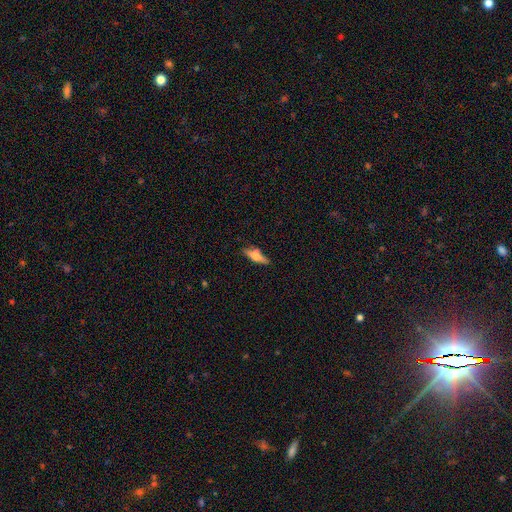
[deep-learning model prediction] Smooth or featured? Predicted: smooth (p=0.48). Merging? Predicted: none (p=0.74).